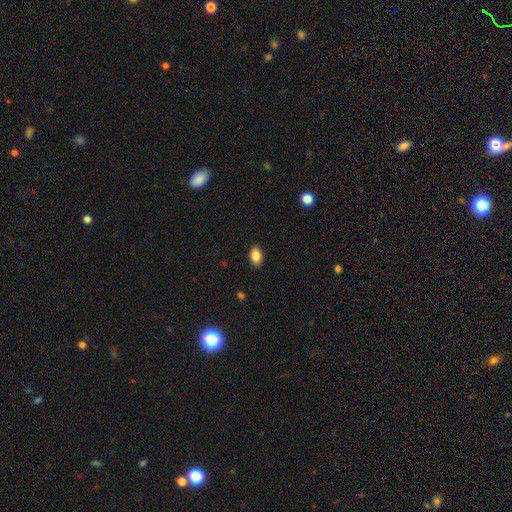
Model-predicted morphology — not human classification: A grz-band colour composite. It shows a smooth galaxy with no disk features (86%) that is in between round and cigar-shaped (85%). Merging: none (88%).